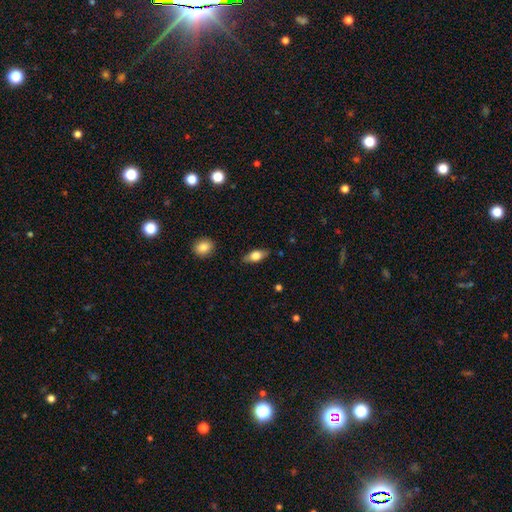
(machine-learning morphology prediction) smooth-or-featured: smooth: 66% | featured or disk: 27% | star or artifact: 7%
  how-rounded: in between: 79% | cigar-shaped: 16% | round: 5%
  merging: none: 83% | minor disturbance: 13% | major disturbance: 3% | merger: 1%